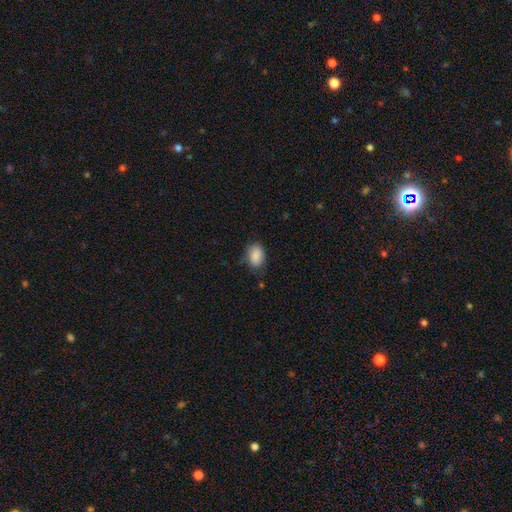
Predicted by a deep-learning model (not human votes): A smooth galaxy with no disk features (88%) that is in between round and cigar-shaped (85%).

Vote fractions:
- Smooth or featured? smooth: 88% / star or artifact: 7% / featured or disk: 5%
- How rounded? in between: 85% / round: 14% / cigar-shaped: 1%
- Merging? none: 72% / minor disturbance: 21% / major disturbance: 5% / merger: 1%